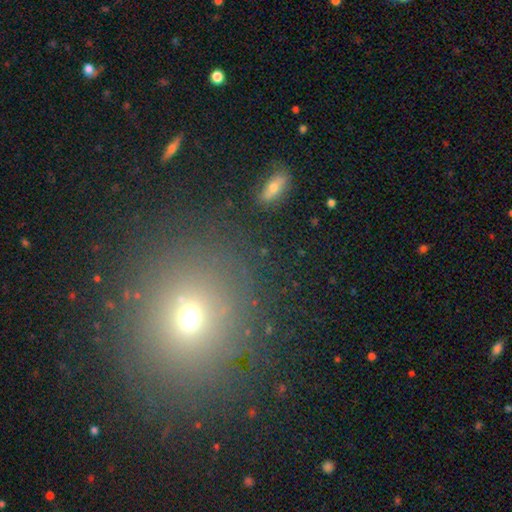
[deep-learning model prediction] Q: Smooth or featured?
A: smooth (56%); runner-up: star or artifact (35%)
Q: How rounded?
A: round (83%); runner-up: in between (16%)
Q: Merging?
A: none (88%); runner-up: minor disturbance (6%)